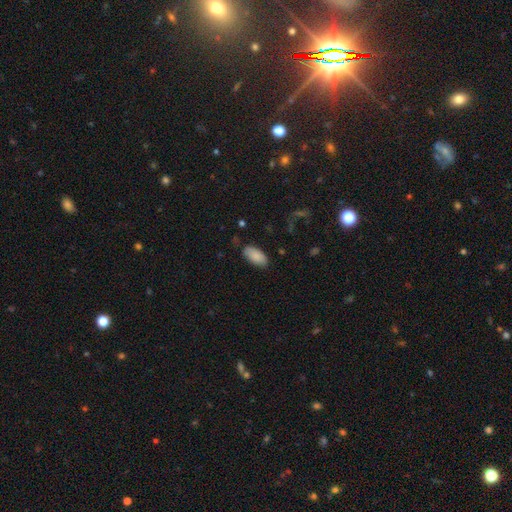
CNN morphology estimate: This is clearly a smooth galaxy (87%). How rounded: clearly in between (93%). Merging: clearly none (81%).